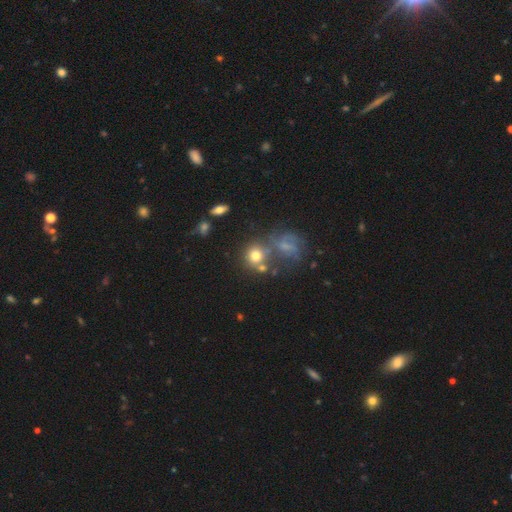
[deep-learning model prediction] Smooth or featured?
  - smooth: 70% *
  - featured or disk: 16%
  - star or artifact: 14%
How rounded?
  - round: 82% *
  - in between: 17%
  - cigar-shaped: 1%
Merging?
  - none: 54% *
  - merger: 25%
  - minor disturbance: 14%
  - major disturbance: 8%